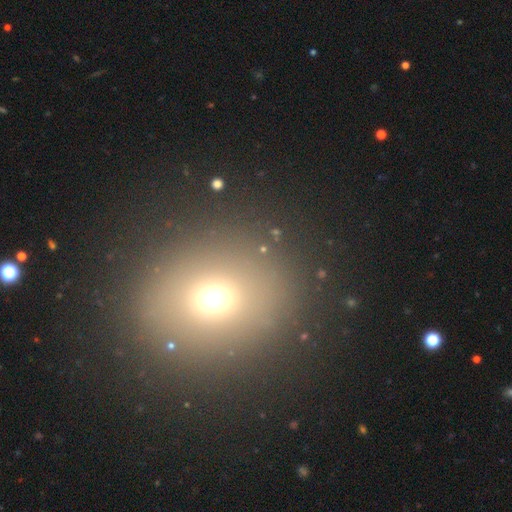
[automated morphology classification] This appears to be a smooth galaxy with no disk features (64%) that is round (74%). Merging: none (87%).